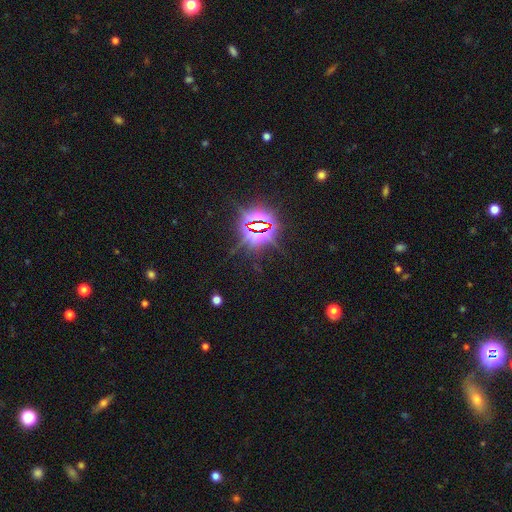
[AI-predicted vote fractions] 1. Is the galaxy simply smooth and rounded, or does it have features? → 82% star or artifact, 11% smooth, 7% featured or disk.